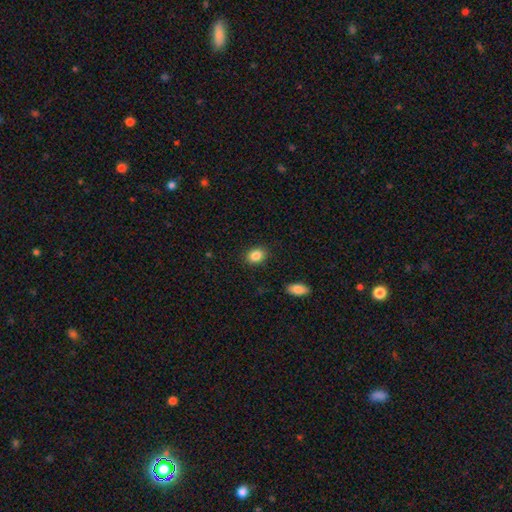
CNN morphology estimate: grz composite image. It shows a smooth galaxy with no disk features (86%) that is in between round and cigar-shaped (58%). Merging: none (87%).